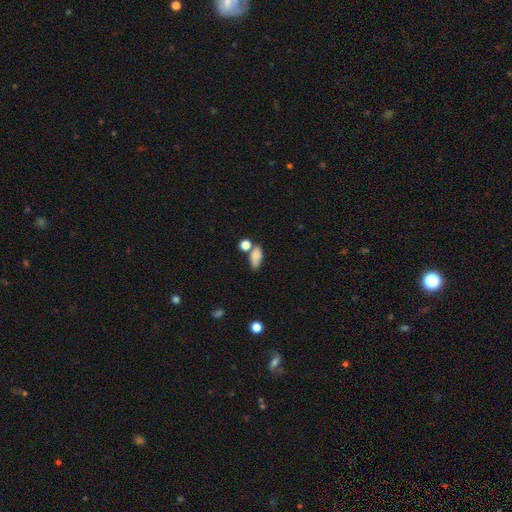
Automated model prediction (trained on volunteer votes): Morphology: type=smooth (80%); roundness=in between (85%); merging=none (47%).